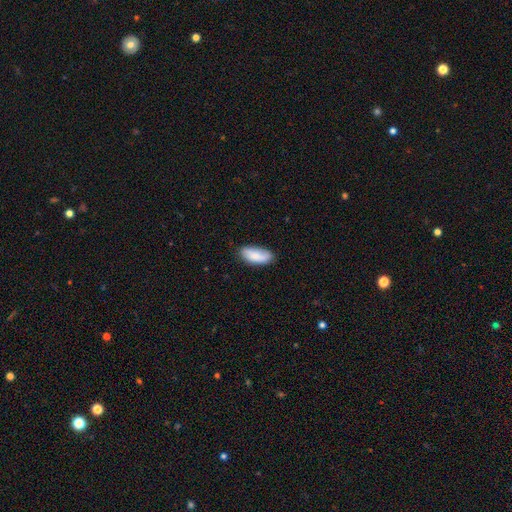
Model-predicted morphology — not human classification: Smooth or featured? Predicted: smooth (p=0.82). How rounded? Predicted: in between (p=0.84). Merging? Predicted: none (p=0.76).